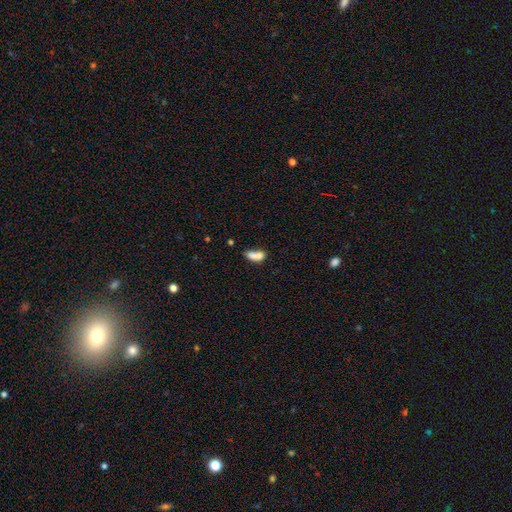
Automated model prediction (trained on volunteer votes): A smooth galaxy with no disk features (76%) that is in between round and cigar-shaped (79%).

Vote fractions:
- Smooth or featured? smooth: 76% / featured or disk: 14% / star or artifact: 10%
- How rounded? in between: 79% / cigar-shaped: 13% / round: 8%
- Merging? merger: 47% / none: 28% / minor disturbance: 16% / major disturbance: 10%